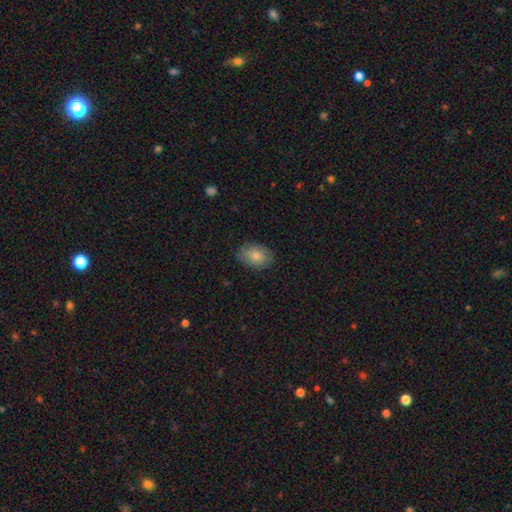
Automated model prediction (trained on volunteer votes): This is likely a smooth galaxy (77%). How rounded: likely in between (78%). Merging: likely none (80%).